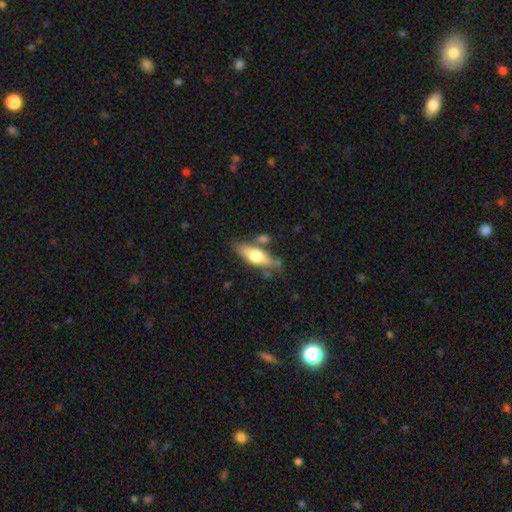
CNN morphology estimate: Smooth or featured?
  - smooth: 61% *
  - featured or disk: 33%
  - star or artifact: 6%
How rounded?
  - in between: 62% *
  - cigar-shaped: 35%
  - round: 3%
Merging?
  - none: 62% *
  - minor disturbance: 19%
  - merger: 14%
  - major disturbance: 6%